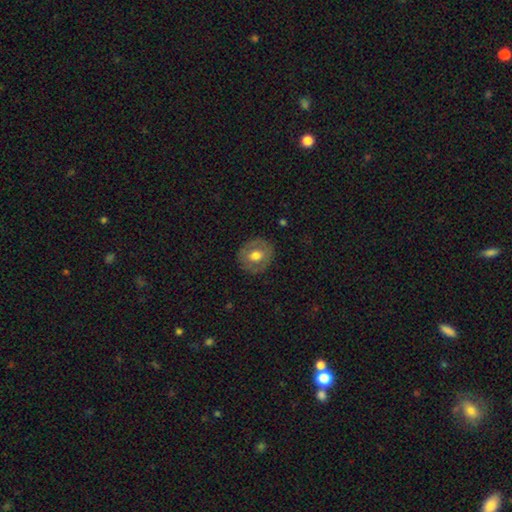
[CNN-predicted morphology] smooth-or-featured: smooth: 55% | featured or disk: 38% | star or artifact: 7%
  how-rounded: round: 81% | in between: 18% | cigar-shaped: 1%
  merging: none: 85% | minor disturbance: 11% | major disturbance: 4% | merger: 1%